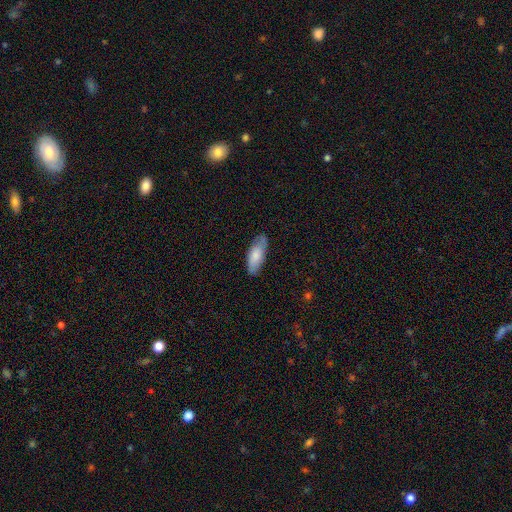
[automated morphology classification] A smooth galaxy with no disk features (78%) that is in between round and cigar-shaped (76%). Merging: none (79%).